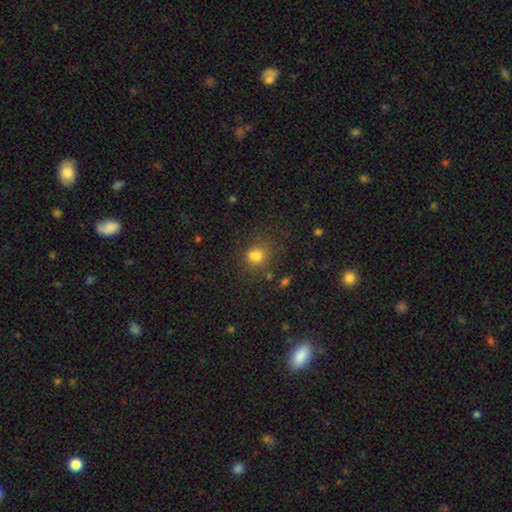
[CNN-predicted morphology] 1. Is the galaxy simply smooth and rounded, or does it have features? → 76% smooth, 16% star or artifact, 8% featured or disk.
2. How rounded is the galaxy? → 65% round, 34% in between, 1% cigar-shaped.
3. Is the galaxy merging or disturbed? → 63% none, 17% minor disturbance, 11% merger, 9% major disturbance.